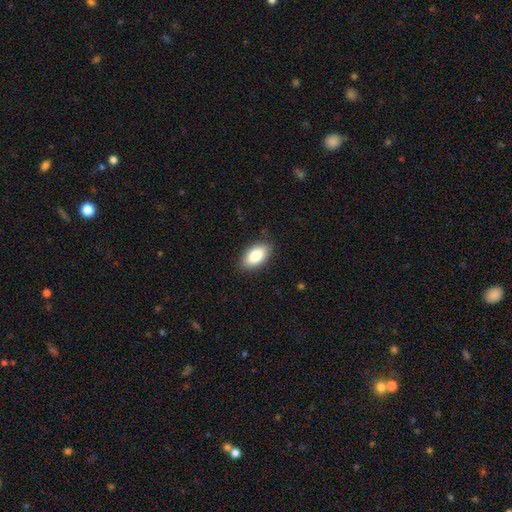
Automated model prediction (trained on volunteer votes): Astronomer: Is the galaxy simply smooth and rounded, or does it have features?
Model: smooth — 85%.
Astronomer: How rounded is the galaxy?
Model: in between — 93%.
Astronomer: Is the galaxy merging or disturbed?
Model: none — 87%.